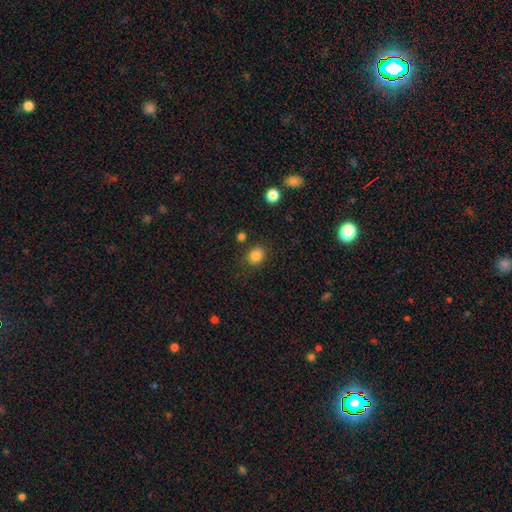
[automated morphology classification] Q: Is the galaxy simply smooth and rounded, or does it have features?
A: smooth — 84%.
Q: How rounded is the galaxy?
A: round — 55%.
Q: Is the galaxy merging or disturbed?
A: none — 81%.